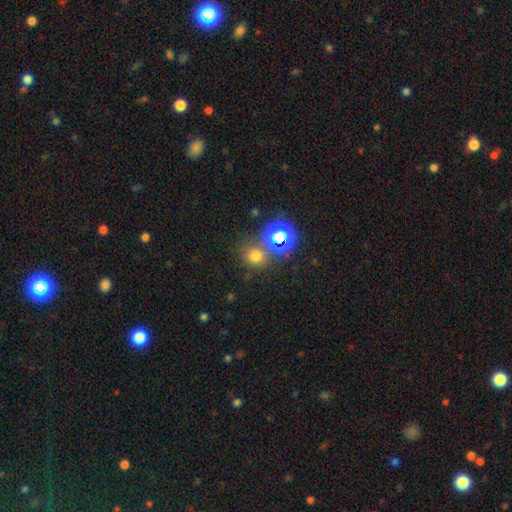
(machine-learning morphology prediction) Smooth or featured? Predicted: smooth (p=0.63). How rounded? Predicted: round (p=0.79). Merging? Predicted: none (p=0.71).